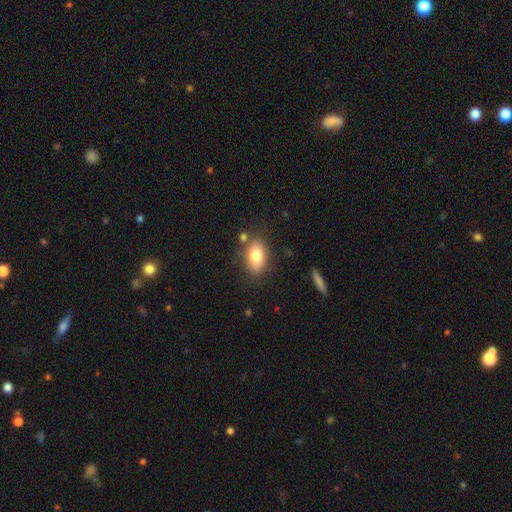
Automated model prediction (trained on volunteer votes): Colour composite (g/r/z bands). It shows a smooth galaxy with no disk features (79%) that is in between round and cigar-shaped (86%). Merging: none (76%).